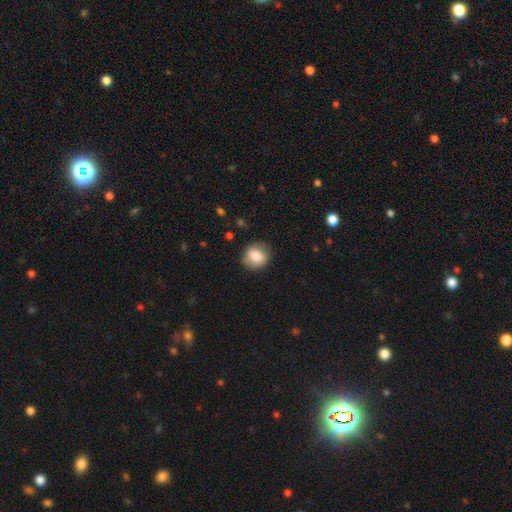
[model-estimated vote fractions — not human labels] Smooth or featured?
  - smooth: 79% *
  - featured or disk: 14%
  - star or artifact: 8%
How rounded?
  - round: 75% *
  - in between: 24%
  - cigar-shaped: 1%
Merging?
  - none: 84% *
  - minor disturbance: 12%
  - major disturbance: 3%
  - merger: 1%